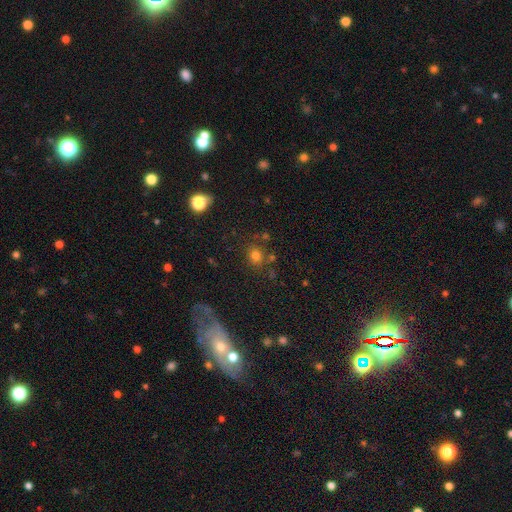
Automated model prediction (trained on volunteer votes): Smooth or featured? Predicted: smooth (p=0.73). How rounded? Predicted: round (p=0.78). Merging? Predicted: none (p=0.75).